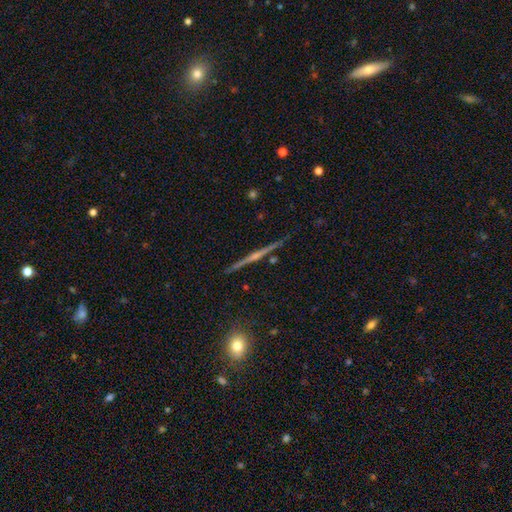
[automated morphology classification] Smooth or featured? Predicted: featured or disk (p=0.82). Edge-on disk? Predicted: yes (p=0.98). Edge-on bulge? Predicted: rounded (p=0.68). Merging? Predicted: none (p=0.92).